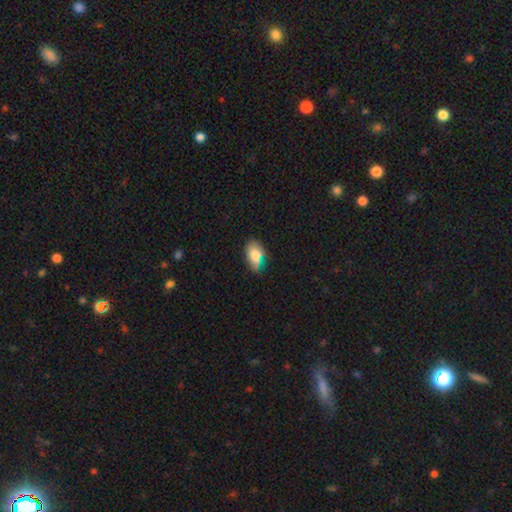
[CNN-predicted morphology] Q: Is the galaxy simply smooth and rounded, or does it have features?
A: smooth — 77%.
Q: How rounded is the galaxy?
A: in between — 88%.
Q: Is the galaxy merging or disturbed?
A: none — 58%.